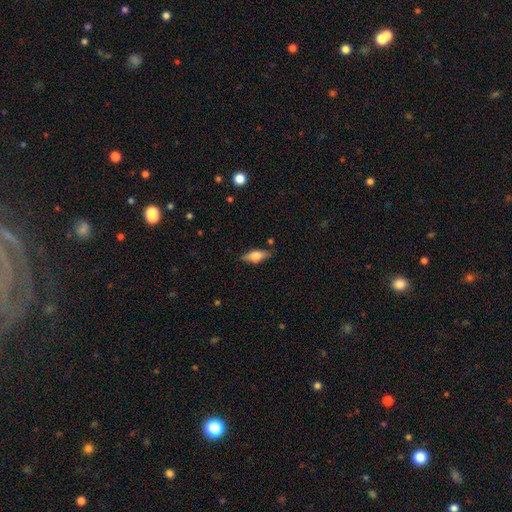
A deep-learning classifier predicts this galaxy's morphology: Smooth or featured: smooth — 58% (featured or disk — 34%)
How rounded: in between — 71% (cigar-shaped — 25%)
Merging: none — 81% (minor disturbance — 14%)